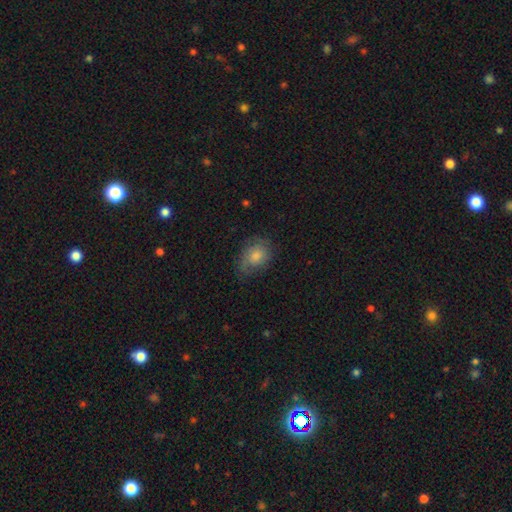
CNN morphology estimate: Smooth or featured? Predicted: smooth (p=0.58). How rounded? Predicted: in between (p=0.65). Merging? Predicted: none (p=0.62).